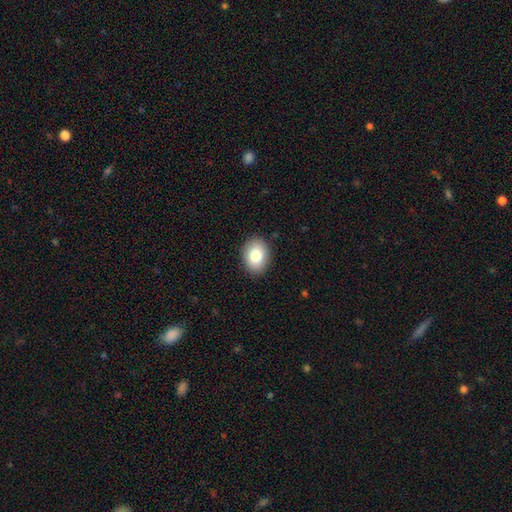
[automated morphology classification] smooth 83%, featured or disk 9%, star or artifact 8%. Down the decision tree: how rounded — in between (68%); merging — none (89%).